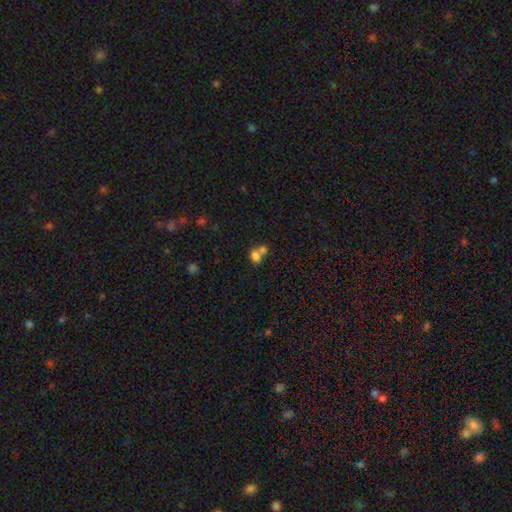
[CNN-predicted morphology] A smooth galaxy with no disk features (77%) that is in between round and cigar-shaped (54%). Merging: merger (57%).